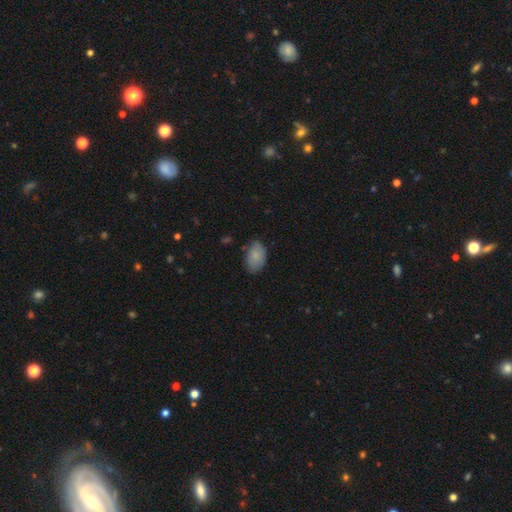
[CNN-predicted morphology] Overall: smooth (85%). How rounded: in between (90%). Merging: none (74%).